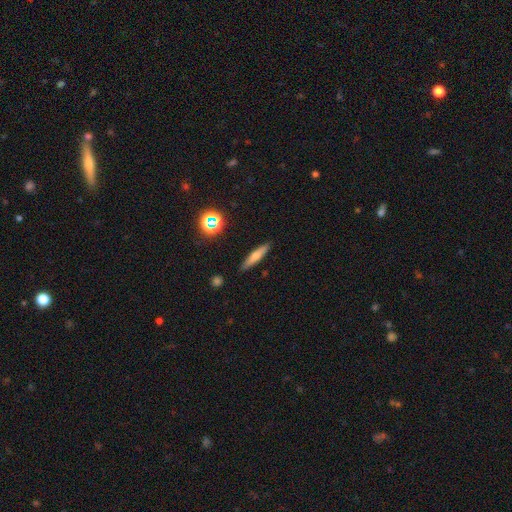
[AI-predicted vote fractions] smooth-or-featured: smooth: 60% | featured or disk: 30% | star or artifact: 10%
  how-rounded: cigar-shaped: 84% | in between: 13% | round: 3%
  merging: none: 89% | minor disturbance: 8% | major disturbance: 2% | merger: 1%